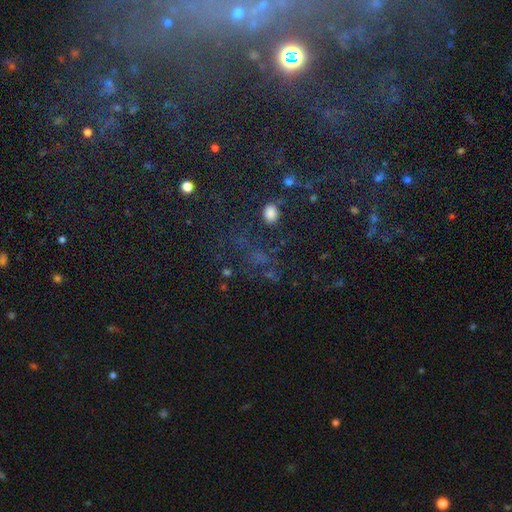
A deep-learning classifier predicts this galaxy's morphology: The model was most divided on "smooth or featured": star or artifact: 69%, smooth: 19%, featured or disk: 12%.